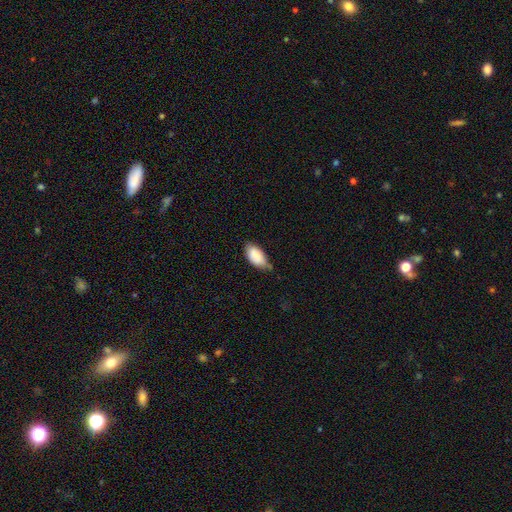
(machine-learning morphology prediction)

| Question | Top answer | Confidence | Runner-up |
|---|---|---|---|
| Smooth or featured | smooth | 87% | featured or disk (7%) |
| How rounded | in between | 94% | cigar-shaped (4%) |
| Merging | none | 50% | minor disturbance (41%) |